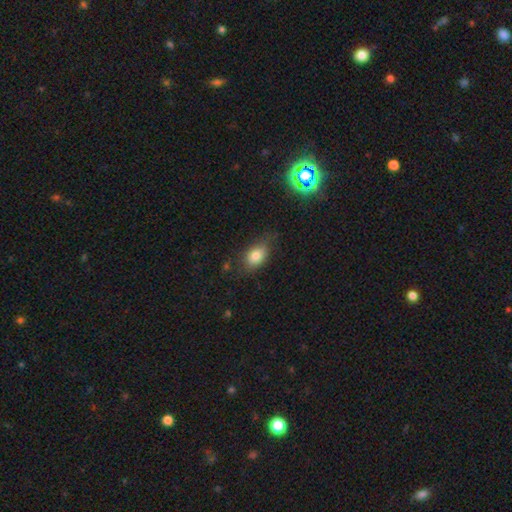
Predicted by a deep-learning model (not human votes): Q: Smooth or featured?
A: smooth (80%); runner-up: featured or disk (10%)
Q: How rounded?
A: in between (83%); runner-up: round (14%)
Q: Merging?
A: none (68%); runner-up: minor disturbance (23%)